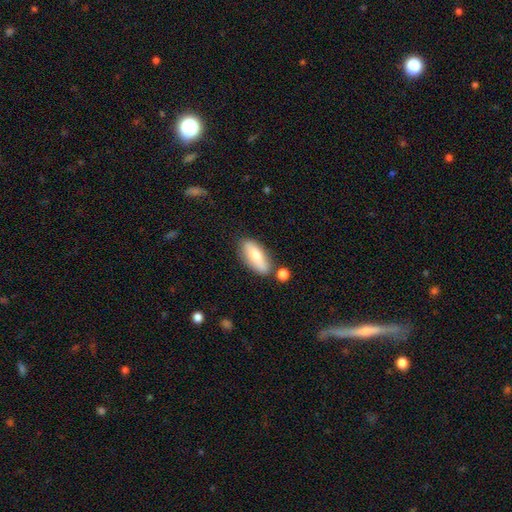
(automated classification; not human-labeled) This appears to be a smooth galaxy with no disk features (71%) that is in between round and cigar-shaped (73%). Merging: none (74%).